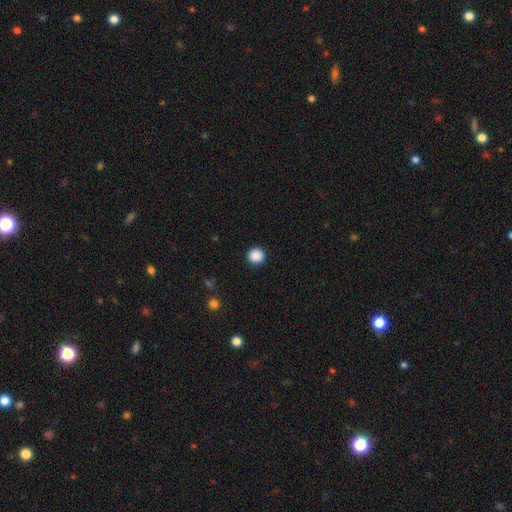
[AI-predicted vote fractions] Morphology: type=smooth (88%); roundness=round (95%); merging=none (93%).